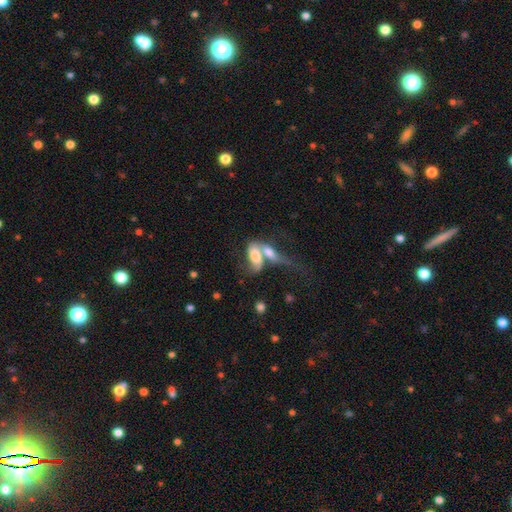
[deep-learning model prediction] smooth 59%, featured or disk 33%, star or artifact 8%. Down the decision tree: how rounded — in between (83%); merging — merger (72%).